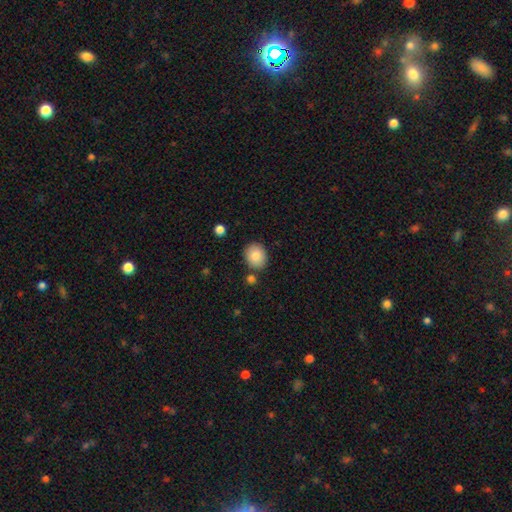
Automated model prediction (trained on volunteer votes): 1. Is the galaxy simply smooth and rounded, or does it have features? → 85% smooth, 8% star or artifact, 7% featured or disk.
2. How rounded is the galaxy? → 56% round, 43% in between, 1% cigar-shaped.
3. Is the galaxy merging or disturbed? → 80% none, 11% minor disturbance, 6% merger, 3% major disturbance.